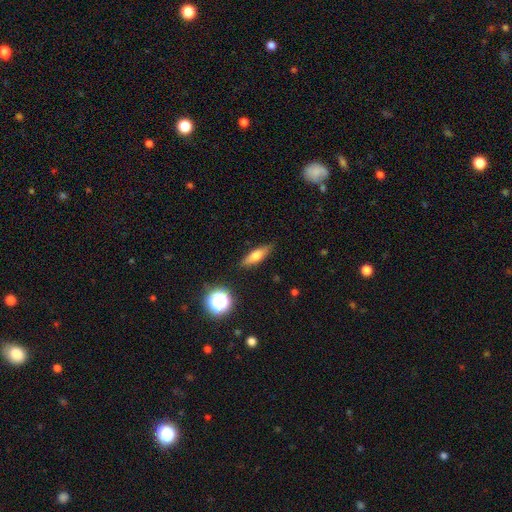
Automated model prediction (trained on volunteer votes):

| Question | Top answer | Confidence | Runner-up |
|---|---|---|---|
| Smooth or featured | smooth | 65% | featured or disk (25%) |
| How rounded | cigar-shaped | 50% | in between (45%) |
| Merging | none | 83% | minor disturbance (12%) |